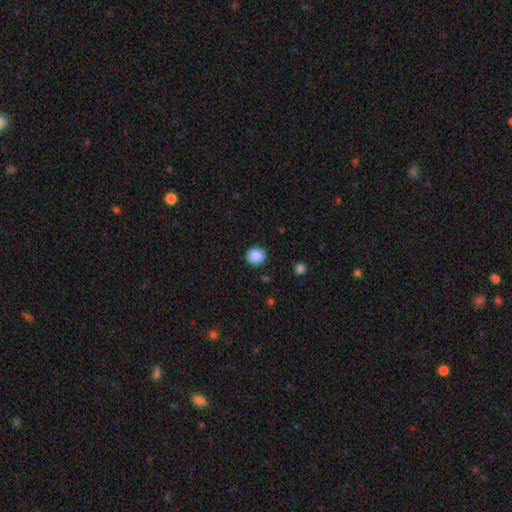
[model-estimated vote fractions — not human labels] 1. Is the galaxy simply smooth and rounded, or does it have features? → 88% smooth, 9% star or artifact, 3% featured or disk.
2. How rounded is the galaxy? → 90% round, 9% in between, 1% cigar-shaped.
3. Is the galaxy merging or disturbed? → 89% none, 7% minor disturbance, 2% major disturbance, 1% merger.